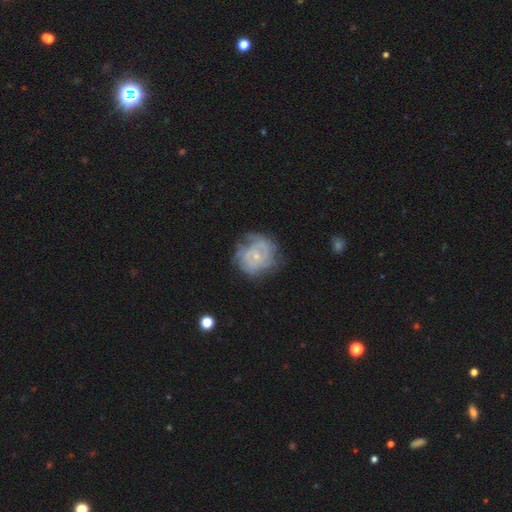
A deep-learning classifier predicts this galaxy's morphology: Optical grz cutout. It shows a featured or disk galaxy (74%) with no bar (75%), tight (63%) spiral arms (83%) and a small central bulge (77%). Merging: none (61%).